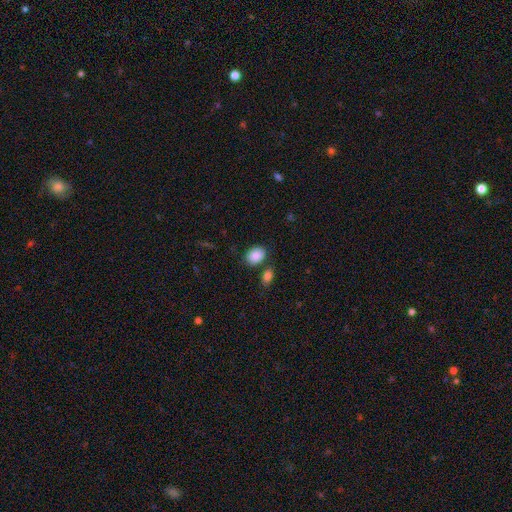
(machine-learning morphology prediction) This appears to be a smooth galaxy with no disk features (89%) that is in between round and cigar-shaped (75%). Merging: none (73%).